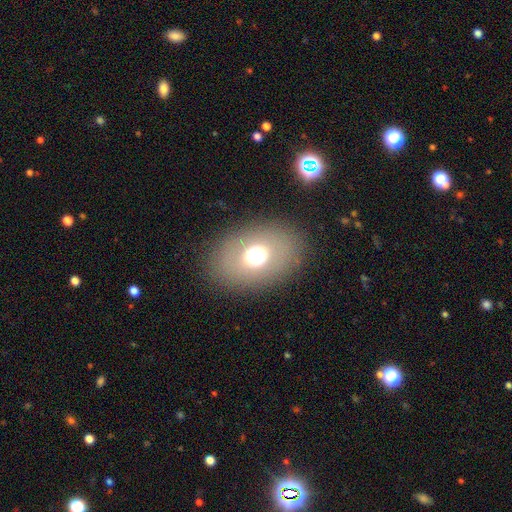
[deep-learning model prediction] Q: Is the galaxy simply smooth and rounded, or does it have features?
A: smooth — 63%.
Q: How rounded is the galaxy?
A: in between — 71%.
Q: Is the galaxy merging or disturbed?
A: none — 85%.